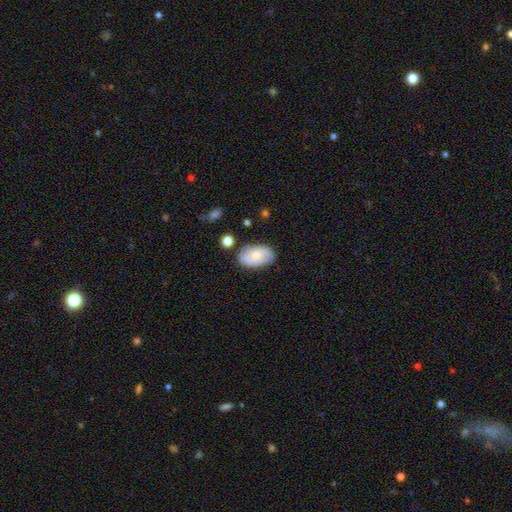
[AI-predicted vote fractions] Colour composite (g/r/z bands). It shows a smooth galaxy with no disk features (50%). Merging: none (76%).